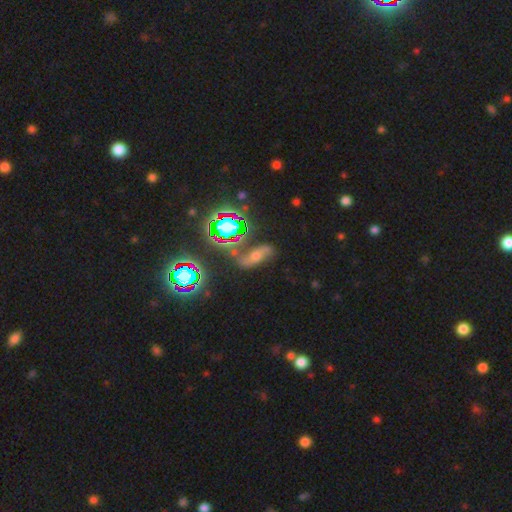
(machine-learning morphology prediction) This is marginally a featured or disk galaxy (41%). Merging: possibly none (58%).